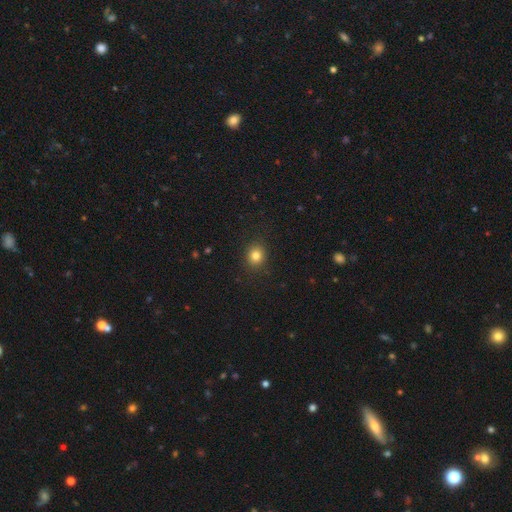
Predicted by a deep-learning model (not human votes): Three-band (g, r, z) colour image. It shows a smooth galaxy with no disk features (82%) that is round (77%). Merging: none (89%).